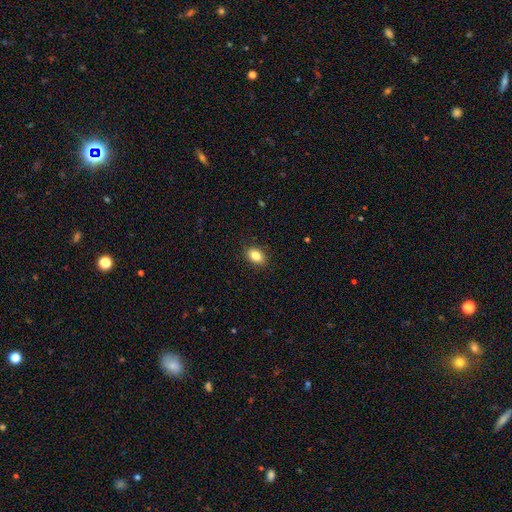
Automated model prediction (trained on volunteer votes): smooth 85%, star or artifact 9%, featured or disk 7%. Down the decision tree: how rounded — in between (82%); merging — none (89%).